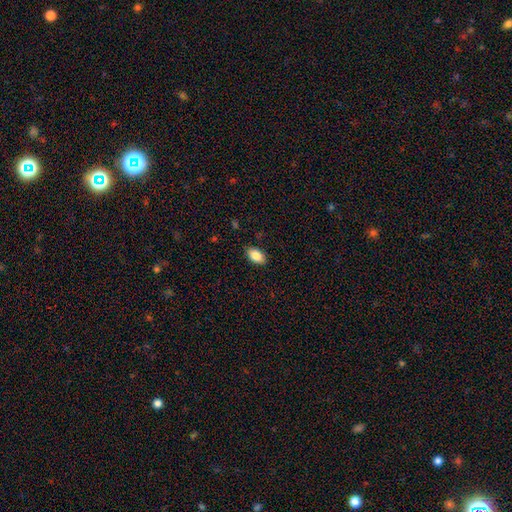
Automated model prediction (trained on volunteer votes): A smooth galaxy with no disk features (86%) that is in between round and cigar-shaped (92%). Merging: none (87%).